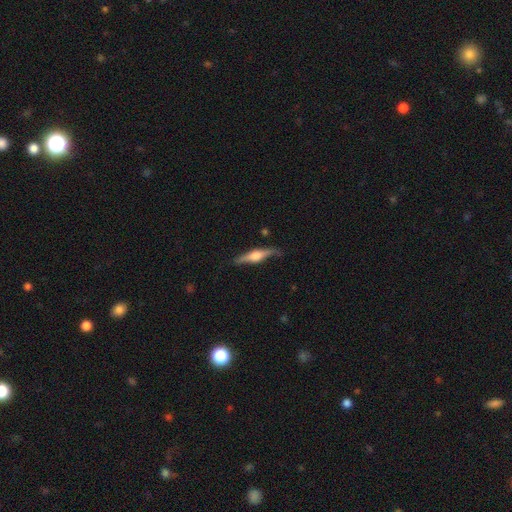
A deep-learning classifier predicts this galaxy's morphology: Smooth or featured: featured or disk — 70% (smooth — 25%)
Edge-on disk: yes — 96% (no — 4%)
Edge-on bulge: rounded — 89% (boxy — 8%)
Merging: none — 79% (minor disturbance — 16%)